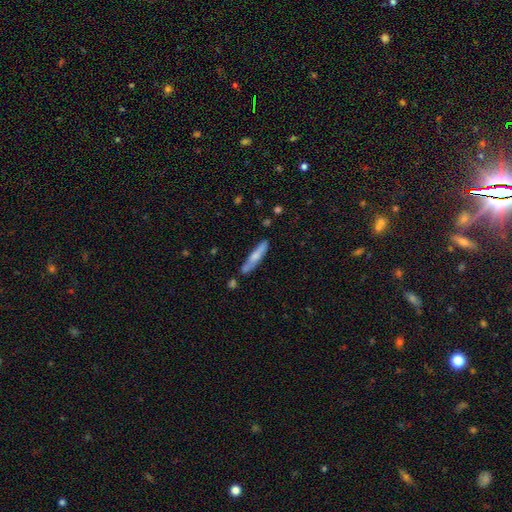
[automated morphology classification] The model was most divided on "smooth or featured": smooth: 61%, featured or disk: 33%, star or artifact: 6%. More confident: how rounded — cigar-shaped (91%); merging — none (73%).